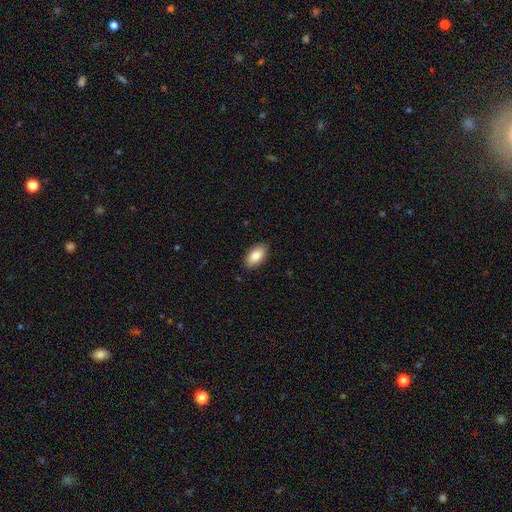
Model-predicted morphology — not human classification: Overall: smooth (85%). How rounded: in between (94%). Merging: none (88%).